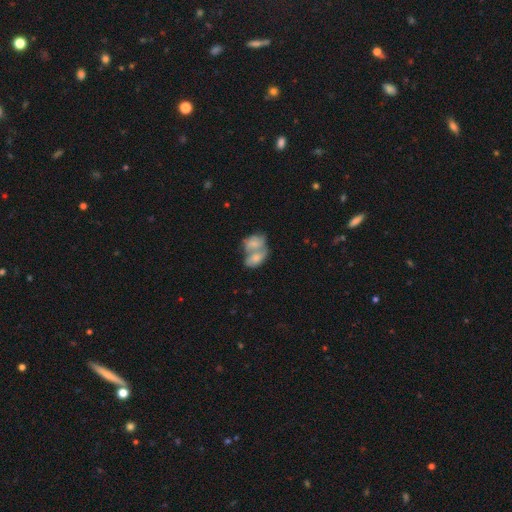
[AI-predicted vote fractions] A smooth galaxy with no disk features (61%) that is in between round and cigar-shaped (79%).

Vote fractions:
- Smooth or featured? smooth: 61% / featured or disk: 30% / star or artifact: 8%
- How rounded? in between: 79% / round: 18% / cigar-shaped: 2%
- Merging? merger: 76% / none: 13% / minor disturbance: 6% / major disturbance: 4%